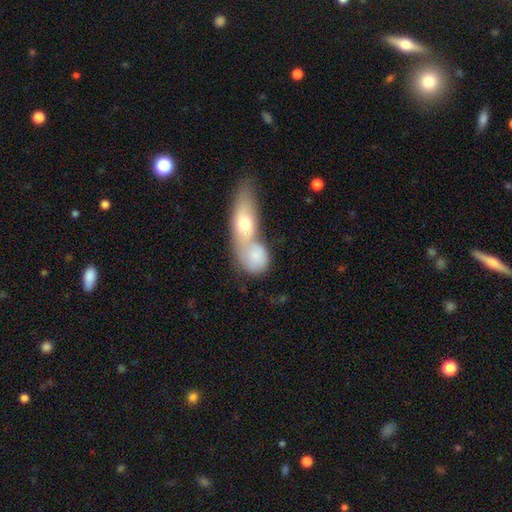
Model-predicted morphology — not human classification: Smooth or featured: smooth — 74% (featured or disk — 19%)
How rounded: in between — 53% (round — 39%)
Merging: merger — 66% (none — 20%)